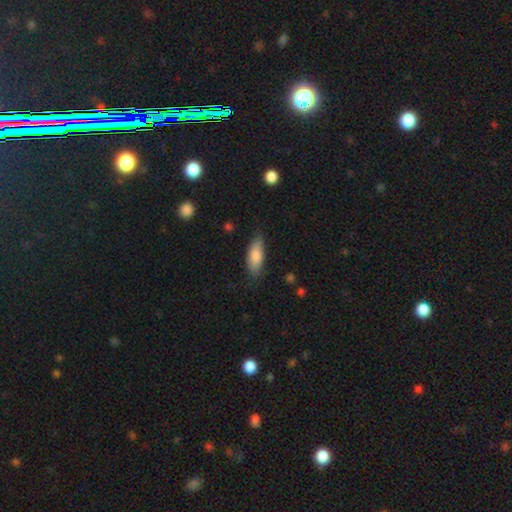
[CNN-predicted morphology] Smooth or featured? smooth (82%)
How rounded? in between (74%)
Merging? none (79%)